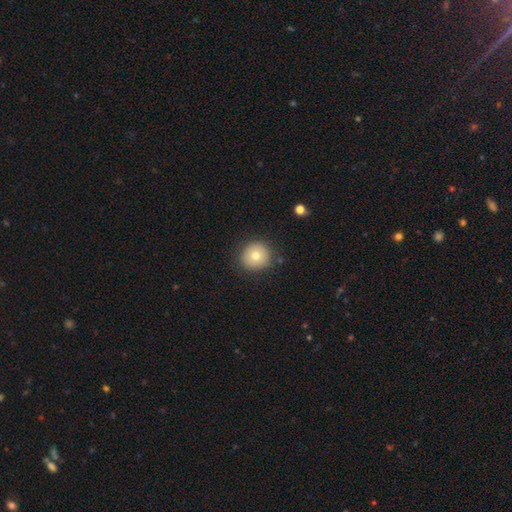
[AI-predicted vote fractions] Smooth or featured?
  - smooth: 76% *
  - featured or disk: 14%
  - star or artifact: 10%
How rounded?
  - round: 93% *
  - in between: 6%
  - cigar-shaped: 1%
Merging?
  - none: 87% *
  - minor disturbance: 9%
  - major disturbance: 3%
  - merger: 1%